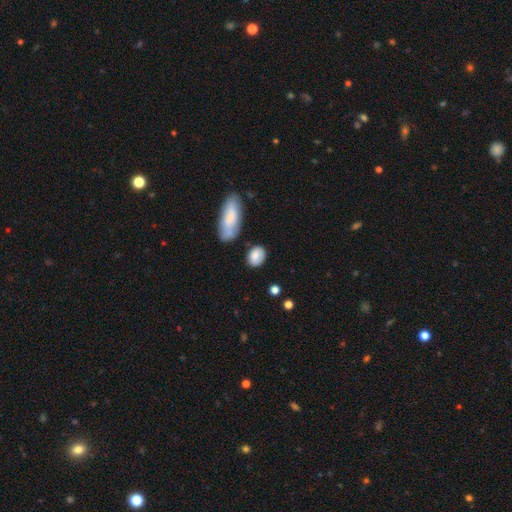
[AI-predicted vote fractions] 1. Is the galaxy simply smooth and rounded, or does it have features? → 84% smooth, 10% featured or disk, 7% star or artifact.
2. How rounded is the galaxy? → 69% in between, 28% round, 3% cigar-shaped.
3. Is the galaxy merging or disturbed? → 77% none, 15% minor disturbance, 4% merger, 4% major disturbance.